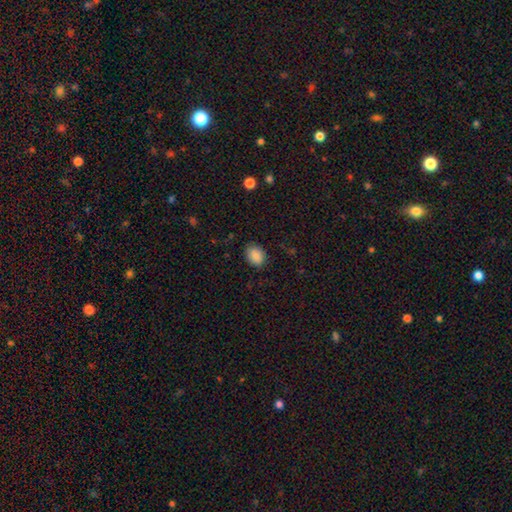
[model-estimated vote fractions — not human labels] Morphology: type=smooth (88%); roundness=in between (63%); merging=none (84%).